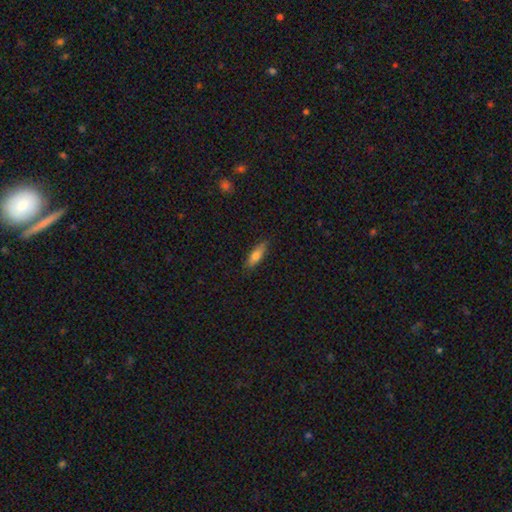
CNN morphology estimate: Q: Smooth or featured?
A: smooth (74%); runner-up: featured or disk (19%)
Q: How rounded?
A: in between (54%); runner-up: cigar-shaped (44%)
Q: Merging?
A: none (86%); runner-up: minor disturbance (11%)